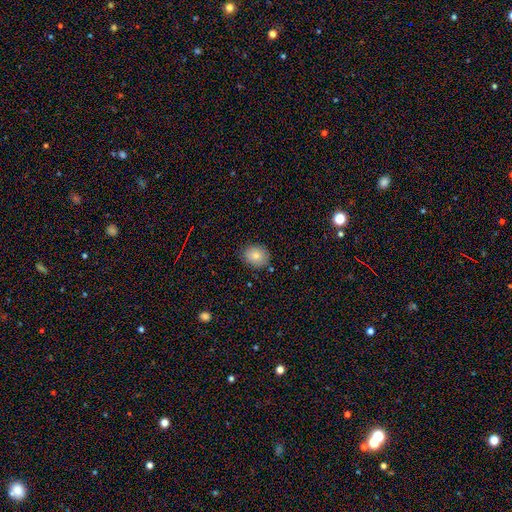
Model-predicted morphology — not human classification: Smooth or featured? Predicted: smooth (p=0.80). How rounded? Predicted: round (p=0.61). Merging? Predicted: none (p=0.83).